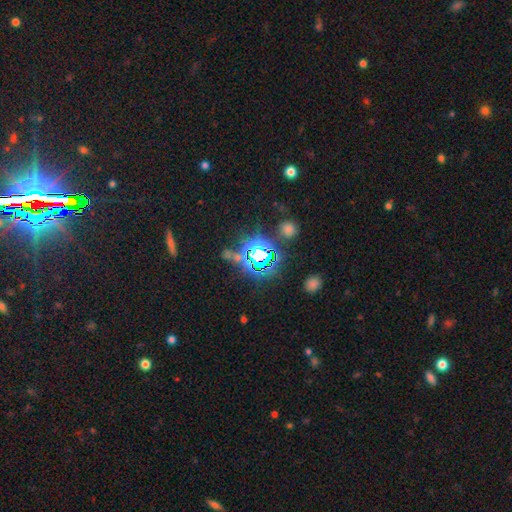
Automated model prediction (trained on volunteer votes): star or artifact 79%, smooth 13%, featured or disk 8%.